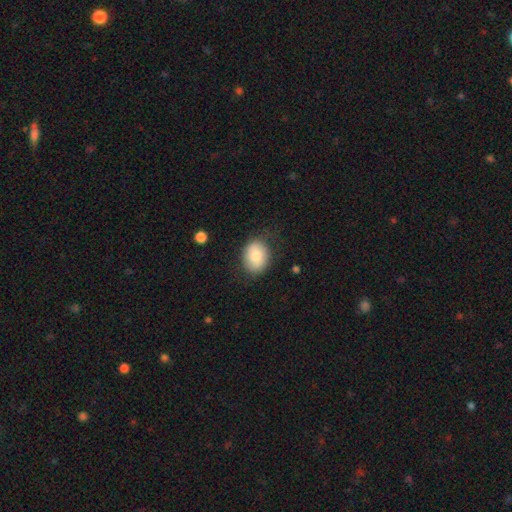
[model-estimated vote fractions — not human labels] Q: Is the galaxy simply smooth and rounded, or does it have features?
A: smooth — 77%.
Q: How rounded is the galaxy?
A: in between — 55%.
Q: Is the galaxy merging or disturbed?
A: none — 78%.